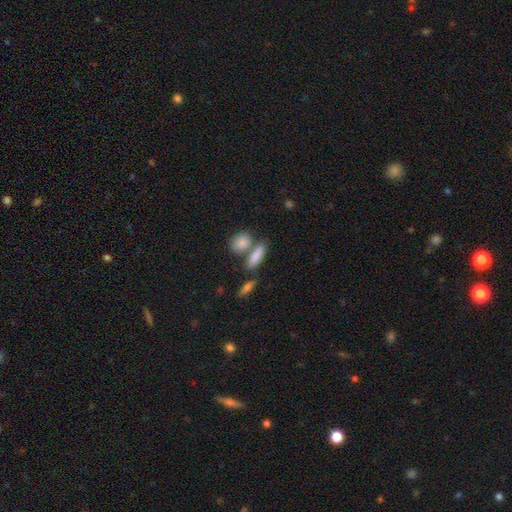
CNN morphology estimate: The model was most divided on "merging": none: 55%, merger: 30%, minor disturbance: 11%, major disturbance: 4%. More confident: smooth or featured — smooth (82%); how rounded — in between (64%).